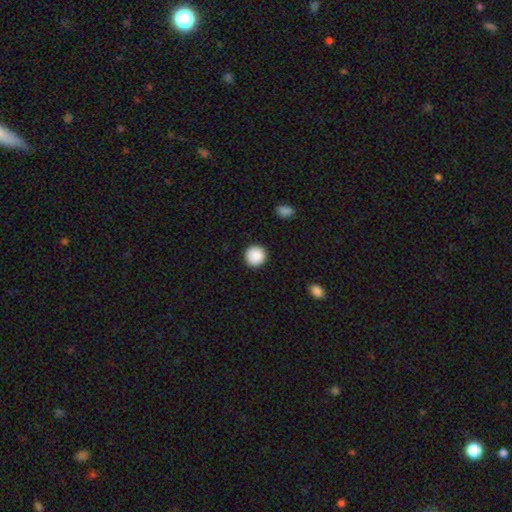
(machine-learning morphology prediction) Smooth or featured?
  - smooth: 89% *
  - star or artifact: 8%
  - featured or disk: 3%
How rounded?
  - round: 95% *
  - in between: 4%
  - cigar-shaped: 1%
Merging?
  - none: 92% *
  - minor disturbance: 5%
  - major disturbance: 2%
  - merger: 1%